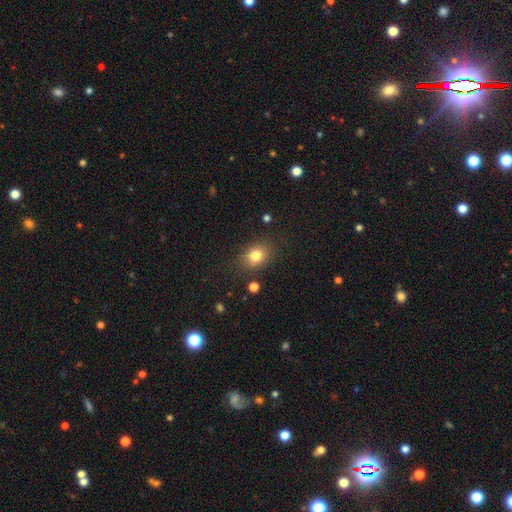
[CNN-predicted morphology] Q: Smooth or featured?
A: smooth (81%); runner-up: star or artifact (11%)
Q: How rounded?
A: in between (51%); runner-up: round (48%)
Q: Merging?
A: none (81%); runner-up: minor disturbance (13%)